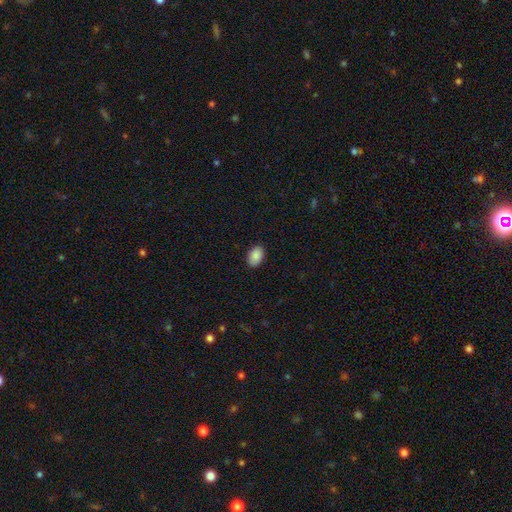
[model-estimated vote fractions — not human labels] smooth 90%, star or artifact 7%, featured or disk 3%. Down the decision tree: how rounded — in between (88%); merging — none (89%).